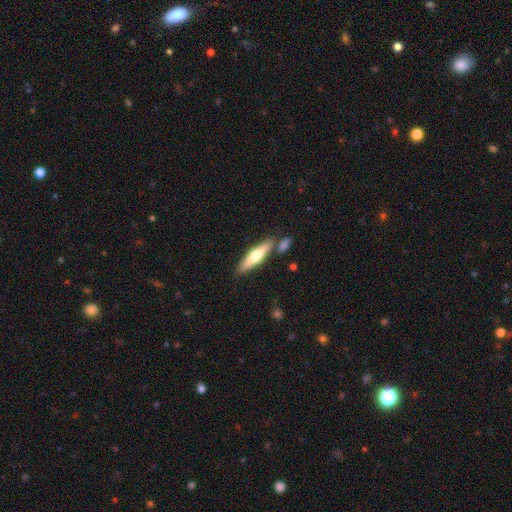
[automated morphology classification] Smooth or featured? Predicted: smooth (p=0.49). Merging? Predicted: none (p=0.75).